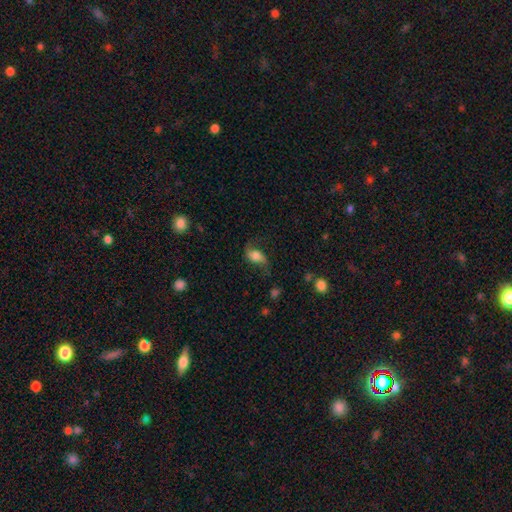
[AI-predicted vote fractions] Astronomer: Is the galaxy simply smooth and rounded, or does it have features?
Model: featured or disk — 49% (runner-up: smooth, 41%).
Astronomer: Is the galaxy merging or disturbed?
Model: none — 60%.